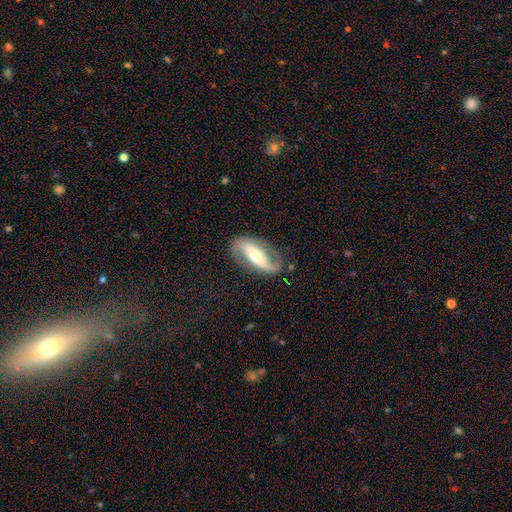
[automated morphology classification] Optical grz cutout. It shows a featured or disk galaxy (82%) with a strong bar (47%), 2 (89%) loose (54%) spiral arms (91%) and a moderate central bulge (52%). Merging: none (79%).